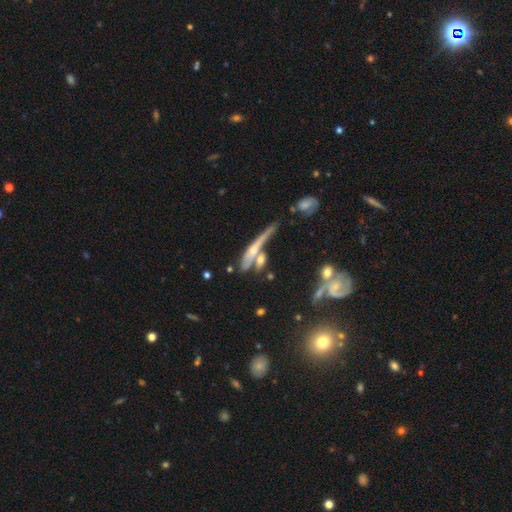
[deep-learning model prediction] Smooth or featured: featured or disk — 57% (smooth — 33%)
Edge-on disk: yes — 76% (no — 24%)
Merging: merger — 36% (tied with none — 36%)